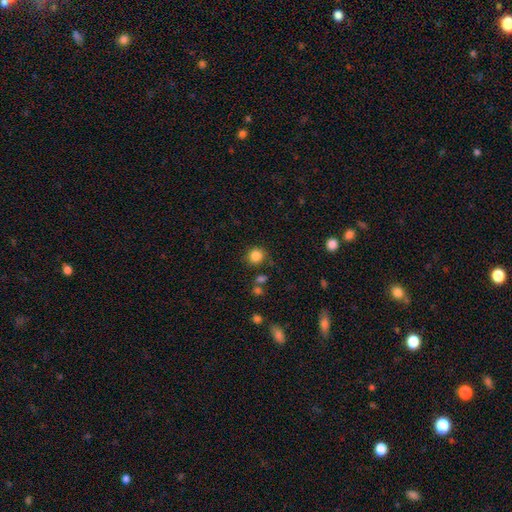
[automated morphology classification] The model was most divided on "merging": none: 79%, minor disturbance: 12%, merger: 5%, major disturbance: 4%. More confident: how rounded — round (89%); smooth or featured — smooth (84%).